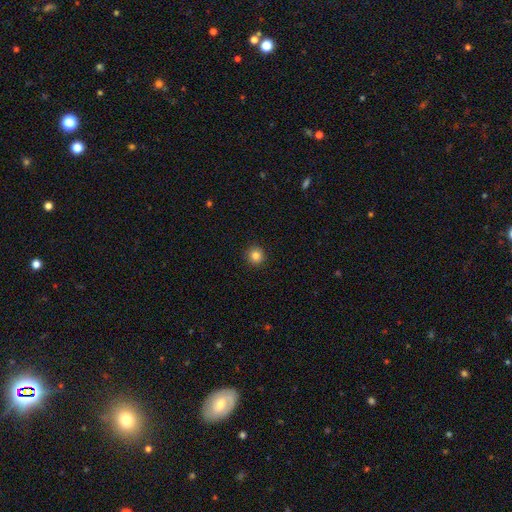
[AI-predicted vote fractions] Overall: smooth (83%). How rounded: round (94%). Merging: none (93%).